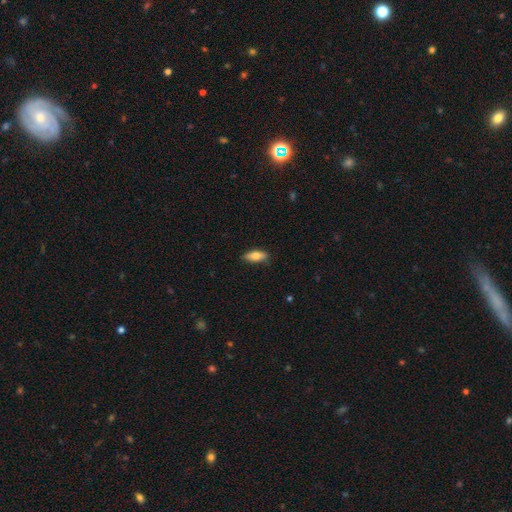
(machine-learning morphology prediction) smooth_or_featured: smooth (p=0.76) [alt: featured or disk p=0.18]
how_rounded: in between (p=0.70) [alt: cigar-shaped p=0.28]
merging: none (p=0.81) [alt: minor disturbance p=0.15]